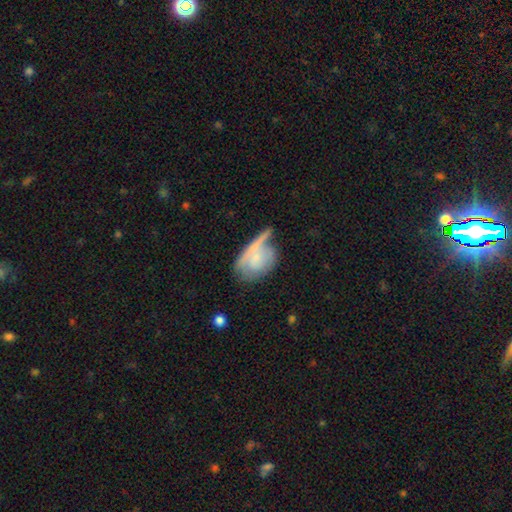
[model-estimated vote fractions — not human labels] smooth-or-featured: smooth: 53% | featured or disk: 40% | star or artifact: 7%
  how-rounded: in between: 73% | round: 22% | cigar-shaped: 5%
  merging: none: 36% | merger: 25% | minor disturbance: 24% | major disturbance: 15%